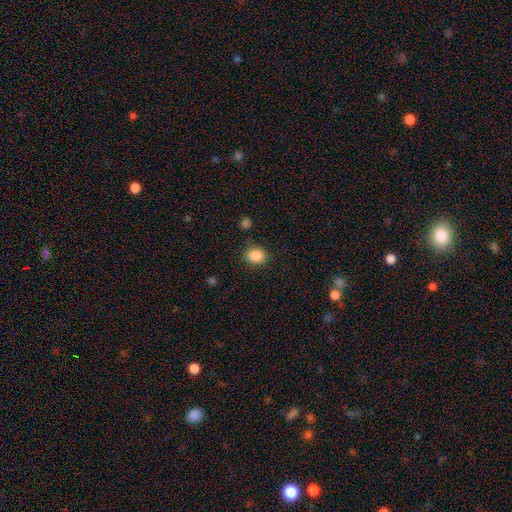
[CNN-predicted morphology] The model was most divided on "how rounded": round: 55%, in between: 44%, cigar-shaped: 1%. More confident: smooth or featured — smooth (86%); merging — none (85%).